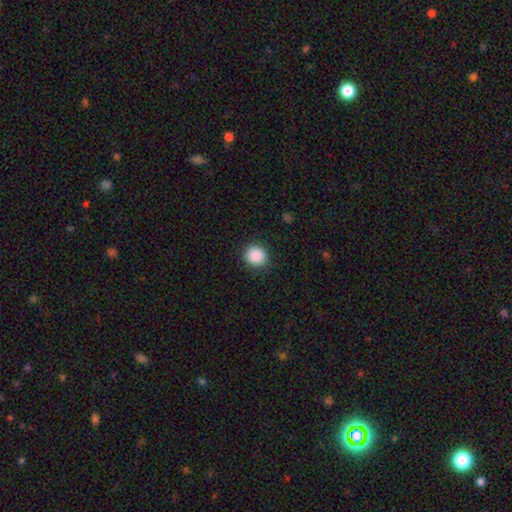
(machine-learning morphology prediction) type=smooth (89%); roundness=round (90%); merging=none (90%).